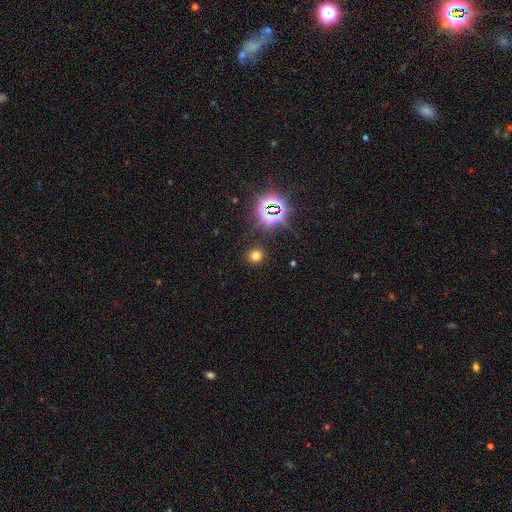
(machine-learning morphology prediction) Smooth or featured: smooth — 68% (star or artifact — 25%)
How rounded: round — 89% (in between — 10%)
Merging: none — 89% (minor disturbance — 6%)